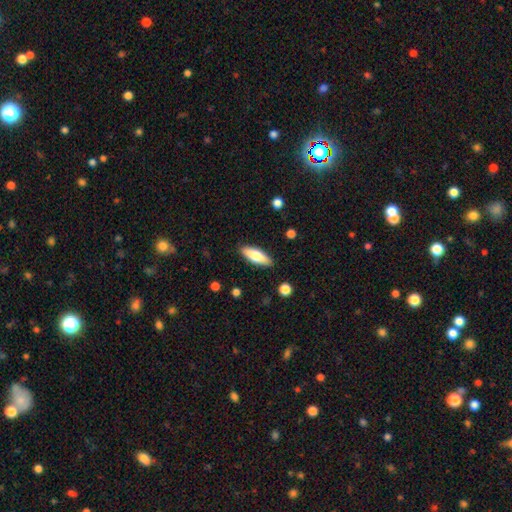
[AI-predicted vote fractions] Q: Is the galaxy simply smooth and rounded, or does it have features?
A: smooth — 71%.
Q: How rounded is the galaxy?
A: in between — 59%.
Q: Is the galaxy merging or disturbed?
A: none — 88%.